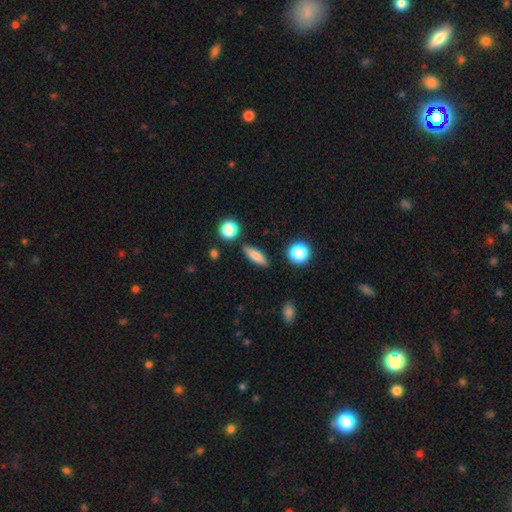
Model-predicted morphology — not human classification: Overall: smooth (78%). How rounded: cigar-shaped (53%; in between 37%). Merging: none (86%).